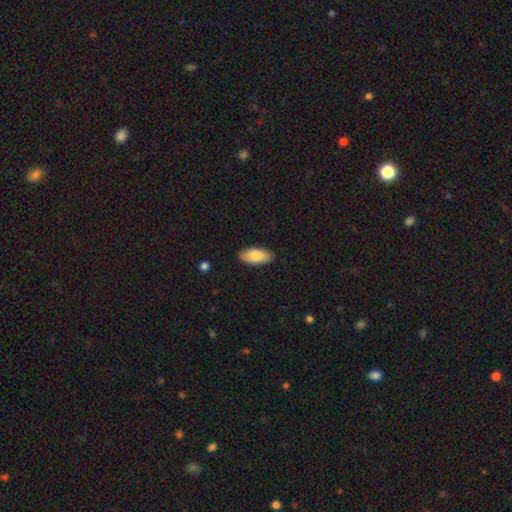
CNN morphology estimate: Smooth or featured: smooth — 85% (featured or disk — 9%)
How rounded: in between — 90% (cigar-shaped — 8%)
Merging: none — 88% (minor disturbance — 9%)